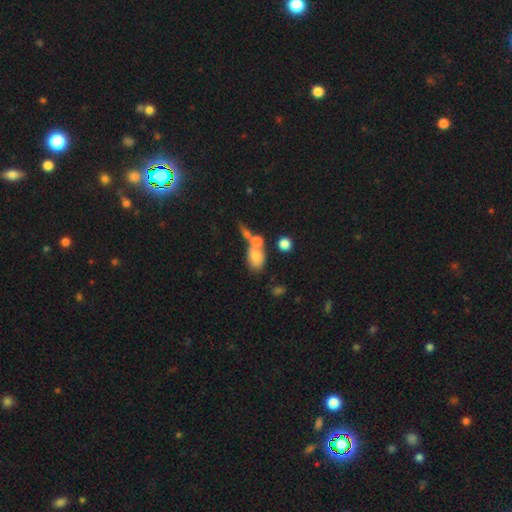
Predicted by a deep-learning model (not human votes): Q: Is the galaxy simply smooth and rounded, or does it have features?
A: smooth — 72%.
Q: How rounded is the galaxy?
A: in between — 77%.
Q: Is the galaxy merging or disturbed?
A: merger — 49%.